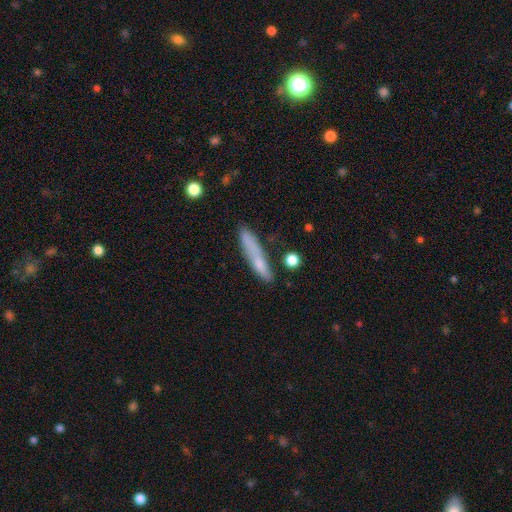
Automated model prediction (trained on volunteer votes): Smooth or featured? Predicted: smooth (p=0.64). How rounded? Predicted: cigar-shaped (p=0.89). Merging? Predicted: none (p=0.70).